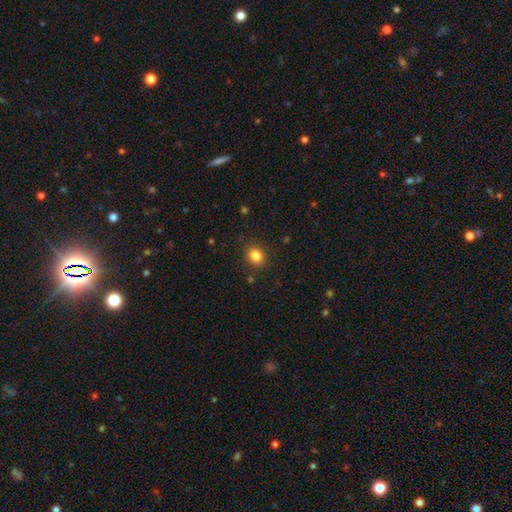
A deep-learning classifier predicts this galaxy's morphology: smooth_or_featured: smooth (p=0.83) [alt: star or artifact p=0.11]
how_rounded: round (p=0.62) [alt: in between p=0.37]
merging: none (p=0.88) [alt: minor disturbance p=0.08]